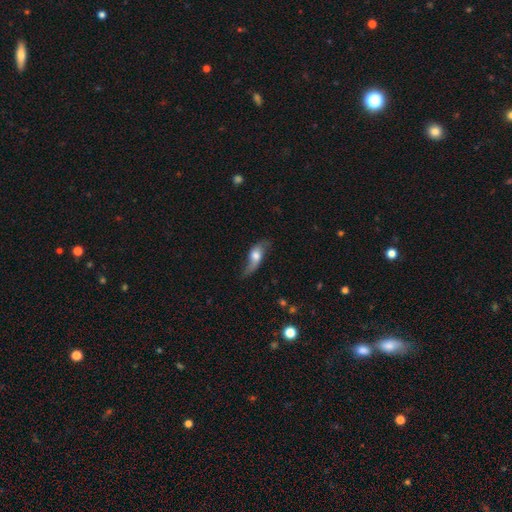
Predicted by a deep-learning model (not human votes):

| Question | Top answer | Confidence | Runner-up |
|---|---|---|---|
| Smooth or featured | featured or disk | 47% | smooth (46%) |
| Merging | none | 43% | minor disturbance (33%) |